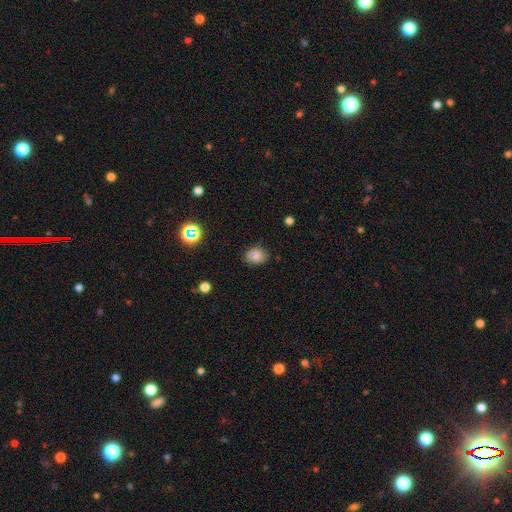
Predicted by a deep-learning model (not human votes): smooth-or-featured: smooth: 80% | star or artifact: 12% | featured or disk: 7%
  how-rounded: in between: 52% | round: 47% | cigar-shaped: 1%
  merging: none: 82% | minor disturbance: 14% | major disturbance: 3% | merger: 1%